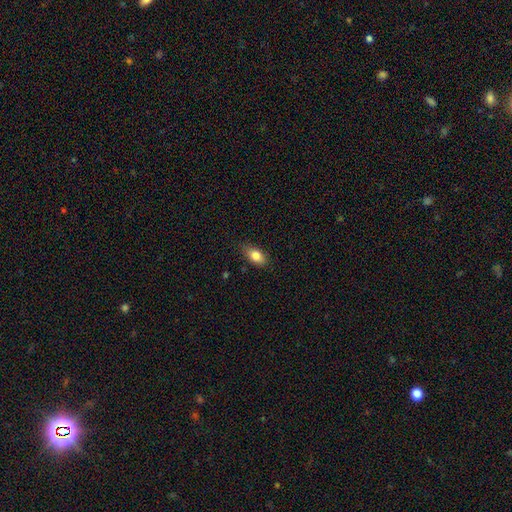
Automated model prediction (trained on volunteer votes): Overall: smooth (83%). How rounded: in between (87%). Merging: none (79%).